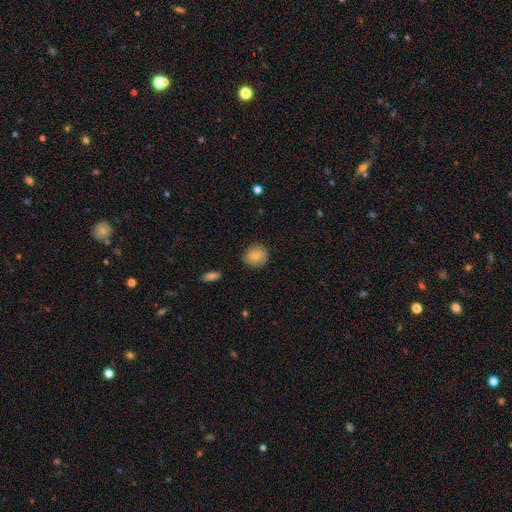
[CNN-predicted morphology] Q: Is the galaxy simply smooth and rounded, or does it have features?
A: smooth — 79%.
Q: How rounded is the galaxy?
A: round — 77%.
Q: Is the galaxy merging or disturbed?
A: none — 85%.